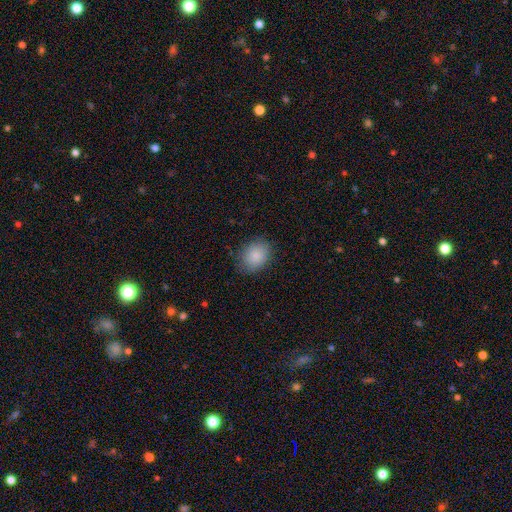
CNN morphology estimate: Smooth or featured?
  - smooth: 87% *
  - star or artifact: 8%
  - featured or disk: 5%
How rounded?
  - in between: 59% *
  - round: 40%
  - cigar-shaped: 1%
Merging?
  - none: 83% *
  - minor disturbance: 13%
  - major disturbance: 3%
  - merger: 1%